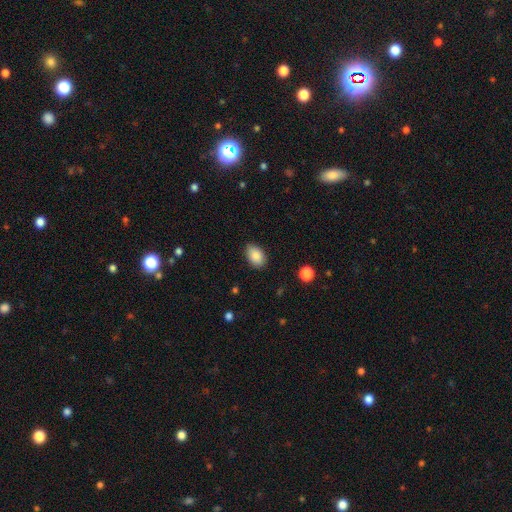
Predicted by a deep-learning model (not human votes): Smooth or featured? Predicted: smooth (p=0.86). How rounded? Predicted: in between (p=0.88). Merging? Predicted: none (p=0.82).